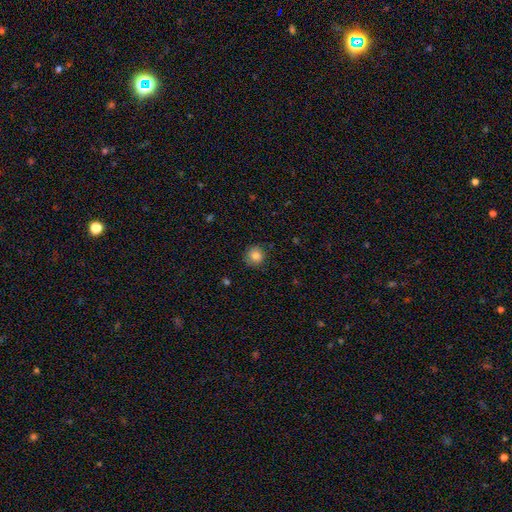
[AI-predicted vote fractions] The model was most divided on "smooth or featured": smooth: 83%, star or artifact: 10%, featured or disk: 7%. More confident: how rounded — round (93%); merging — none (87%).